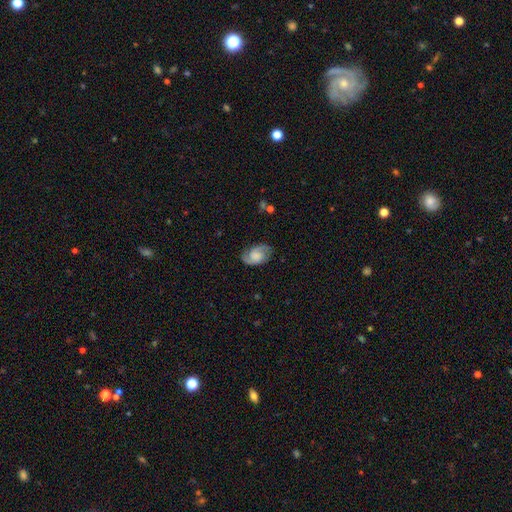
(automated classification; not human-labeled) Smooth or featured? Predicted: featured or disk (p=0.67). Edge-on disk? Predicted: no (p=0.97). Bar? Predicted: no (p=0.59). Spiral arms? Predicted: yes (p=0.94). Spiral winding? Predicted: medium (p=0.47). Spiral arm count? Predicted: 2 (p=0.85). Bulge size? Predicted: none (p=0.40). Merging? Predicted: none (p=0.76).